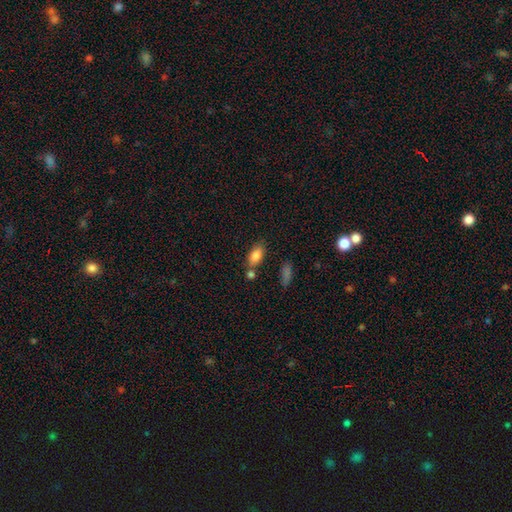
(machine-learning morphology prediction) type=smooth (84%); roundness=in between (88%); merging=none (62%).